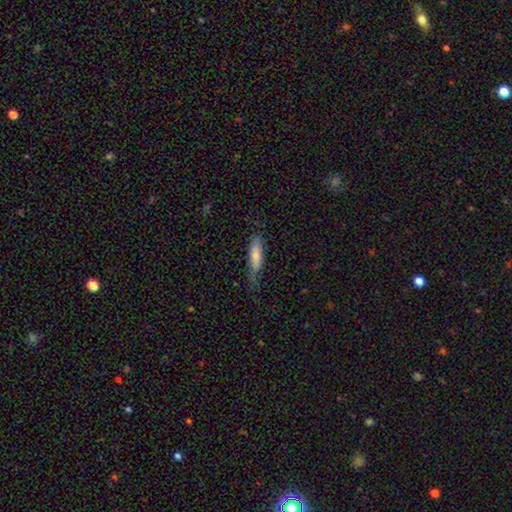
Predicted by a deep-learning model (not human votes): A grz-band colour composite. It shows a smooth galaxy with no disk features (74%) that is cigar-shaped (60%). Merging: none (58%).